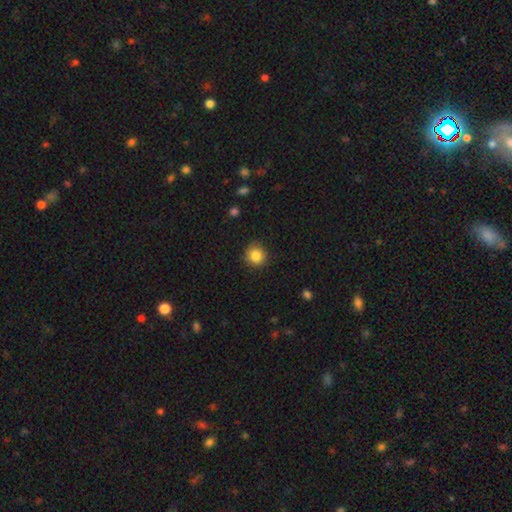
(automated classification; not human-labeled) smooth 86%, star or artifact 10%, featured or disk 4%. Down the decision tree: how rounded — round (92%); merging — none (87%).